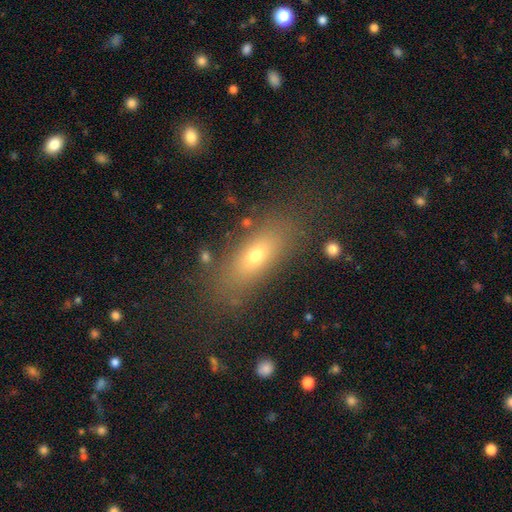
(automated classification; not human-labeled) smooth 65%, featured or disk 21%, star or artifact 14%. Down the decision tree: how rounded — in between (66%); merging — none (79%).